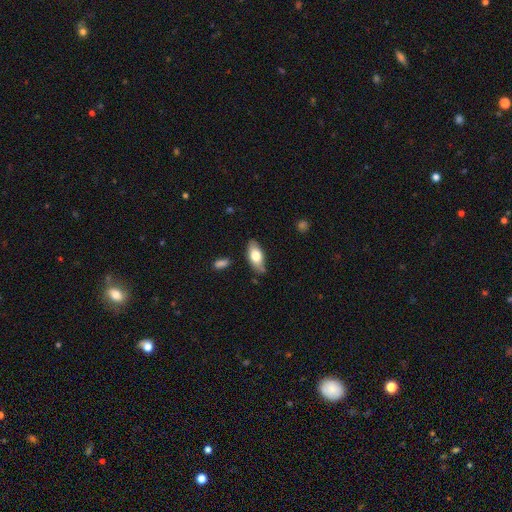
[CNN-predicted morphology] Smooth or featured: smooth — 70% (featured or disk — 24%)
How rounded: in between — 86% (cigar-shaped — 11%)
Merging: none — 75% (minor disturbance — 19%)